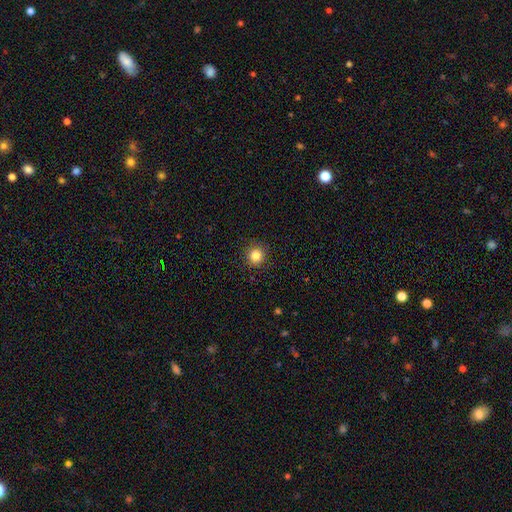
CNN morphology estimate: A smooth galaxy with no disk features (84%) that is round (94%).

Vote fractions:
- Smooth or featured? smooth: 84% / star or artifact: 11% / featured or disk: 5%
- How rounded? round: 94% / in between: 5% / cigar-shaped: 1%
- Merging? none: 92% / minor disturbance: 5% / major disturbance: 2% / merger: 1%